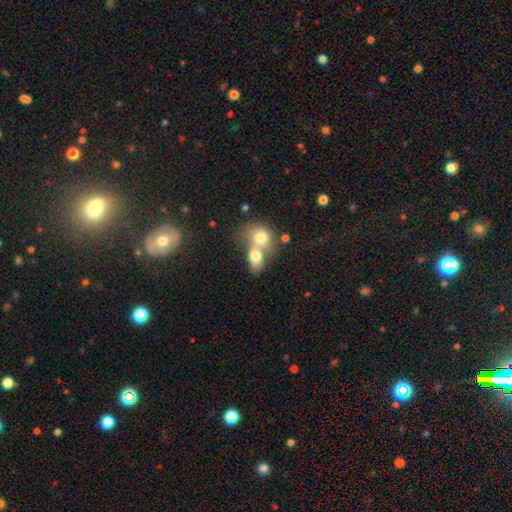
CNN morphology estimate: This appears to be a smooth galaxy with no disk features (73%) that is in between round and cigar-shaped (62%). Merging: merger (73%).